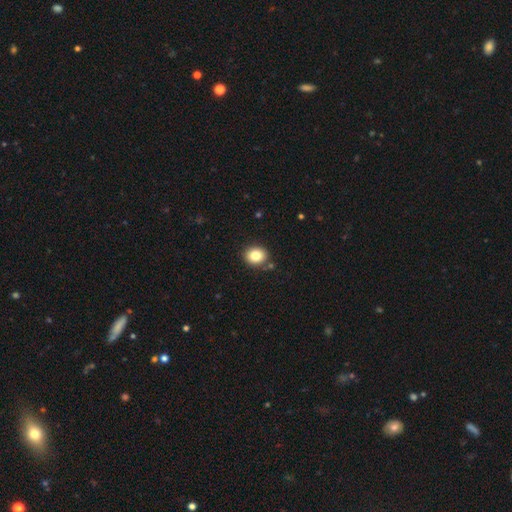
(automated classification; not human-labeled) This is clearly a smooth galaxy (82%). How rounded: likely round (66%). Merging: clearly none (85%).